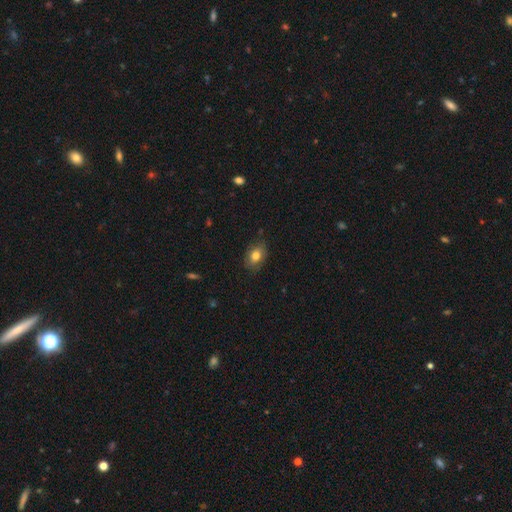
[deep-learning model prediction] A smooth galaxy with no disk features (79%) that is in between round and cigar-shaped (78%).

Vote fractions:
- Smooth or featured? smooth: 79% / featured or disk: 12% / star or artifact: 9%
- How rounded? in between: 78% / round: 21% / cigar-shaped: 1%
- Merging? none: 80% / minor disturbance: 16% / major disturbance: 3% / merger: 1%